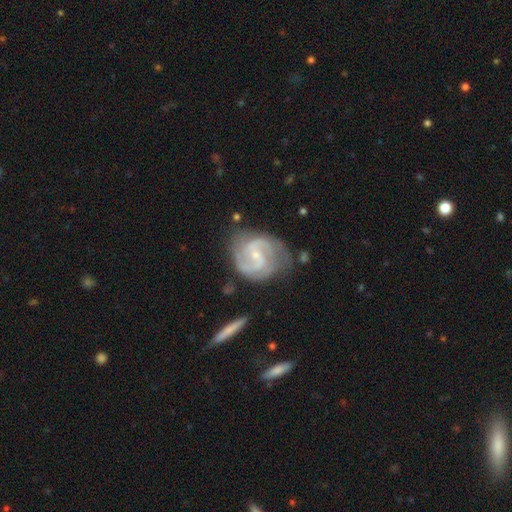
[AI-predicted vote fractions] Smooth or featured? featured or disk (90%)
Edge-on disk? no (98%)
Bar? weak (46%)
Spiral arms? yes (98%)
Spiral winding? medium (54%)
Spiral arm count? 2 (83%)
Bulge size? small (73%)
Merging? none (70%)